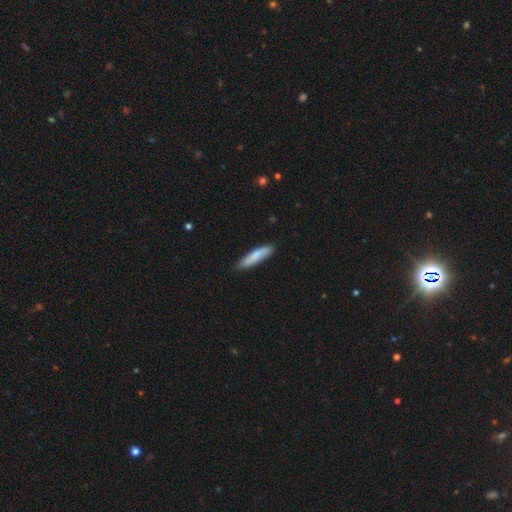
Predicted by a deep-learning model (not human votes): Q: Smooth or featured?
A: smooth (80%); runner-up: featured or disk (14%)
Q: How rounded?
A: cigar-shaped (81%); runner-up: in between (17%)
Q: Merging?
A: none (83%); runner-up: minor disturbance (13%)